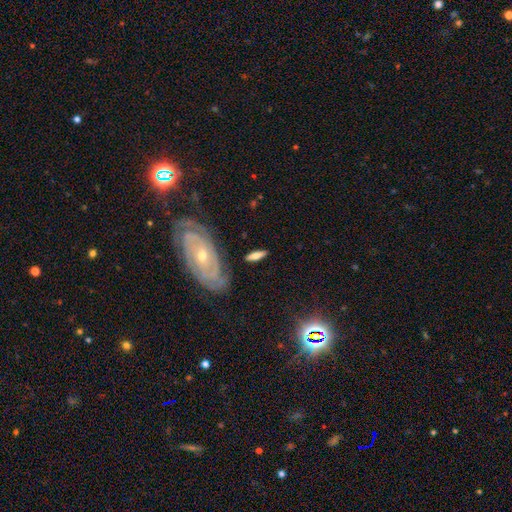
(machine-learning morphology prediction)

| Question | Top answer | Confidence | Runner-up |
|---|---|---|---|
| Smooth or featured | smooth | 56% | featured or disk (37%) |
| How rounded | in between | 49% | cigar-shaped (48%) |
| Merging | none | 76% | minor disturbance (15%) |